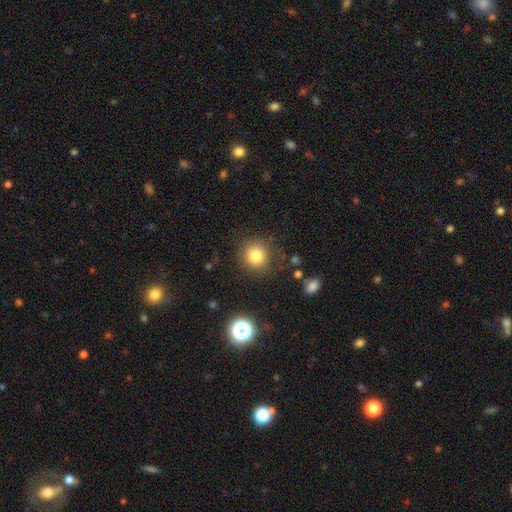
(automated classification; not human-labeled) Overall: smooth (81%). How rounded: round (90%). Merging: none (84%).